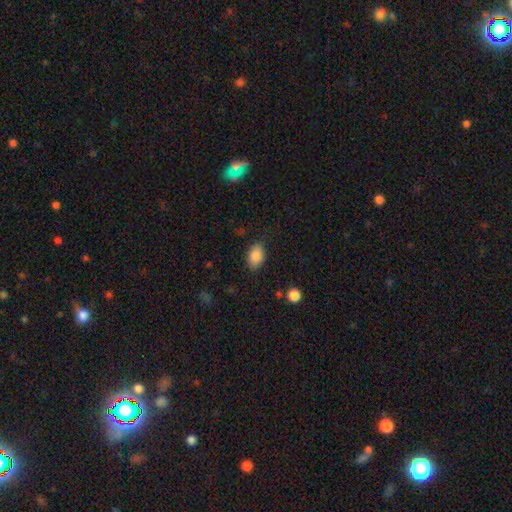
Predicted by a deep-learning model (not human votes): Q: Smooth or featured?
A: smooth (87%); runner-up: star or artifact (8%)
Q: How rounded?
A: in between (89%); runner-up: round (9%)
Q: Merging?
A: none (83%); runner-up: minor disturbance (13%)